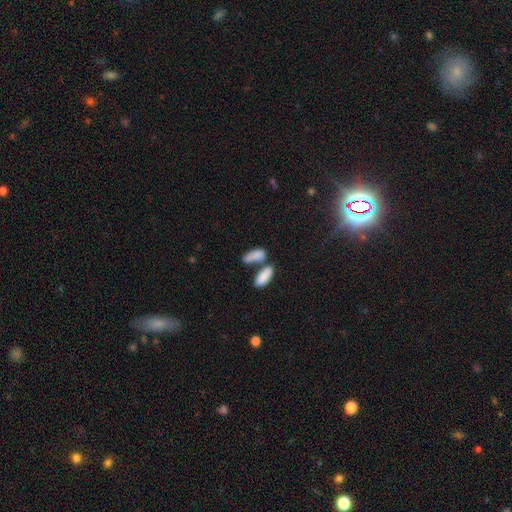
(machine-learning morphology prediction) Smooth or featured: smooth — 84% (featured or disk — 9%)
How rounded: in between — 74% (cigar-shaped — 23%)
Merging: merger — 50% (none — 33%)